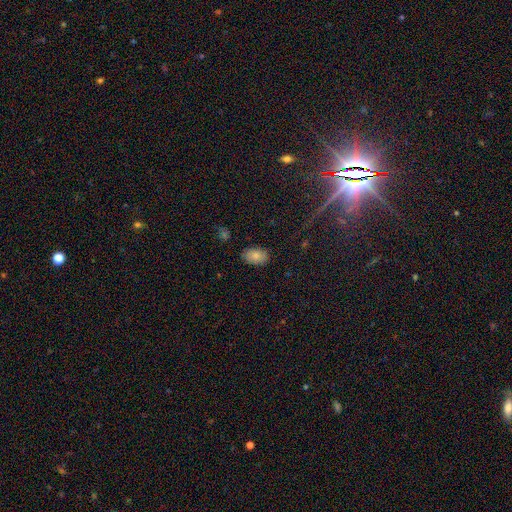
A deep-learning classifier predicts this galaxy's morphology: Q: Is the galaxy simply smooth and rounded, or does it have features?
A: smooth — 83%.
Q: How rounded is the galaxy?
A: in between — 89%.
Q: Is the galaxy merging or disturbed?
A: none — 85%.